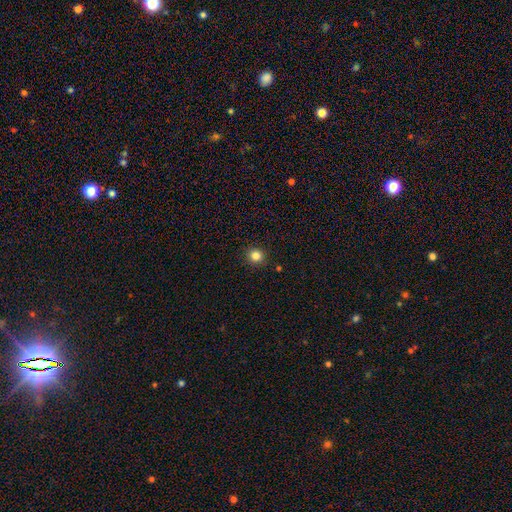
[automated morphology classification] Smooth or featured? Predicted: smooth (p=0.83). How rounded? Predicted: round (p=0.91). Merging? Predicted: none (p=0.92).